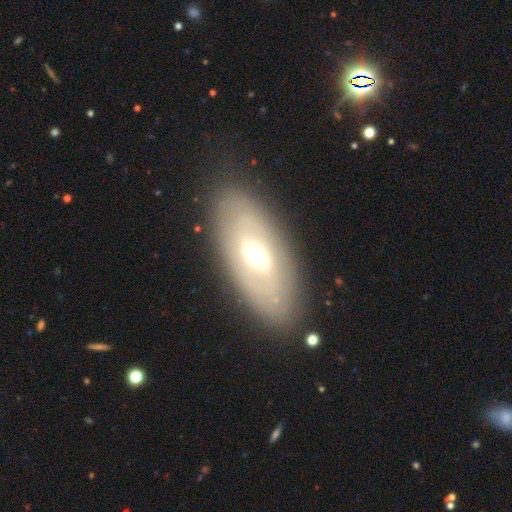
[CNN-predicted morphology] A featured or disk galaxy (56%).

Vote fractions:
- Smooth or featured? featured or disk: 56% / smooth: 37% / star or artifact: 7%
- Edge-on disk? no: 82% / yes: 18%
- Merging? none: 83% / minor disturbance: 11% / major disturbance: 4% / merger: 2%